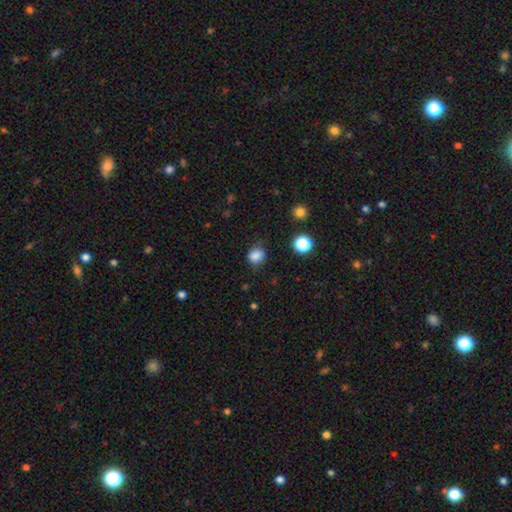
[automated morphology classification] A smooth galaxy with no disk features (84%) that is round (62%). Merging: none (74%).